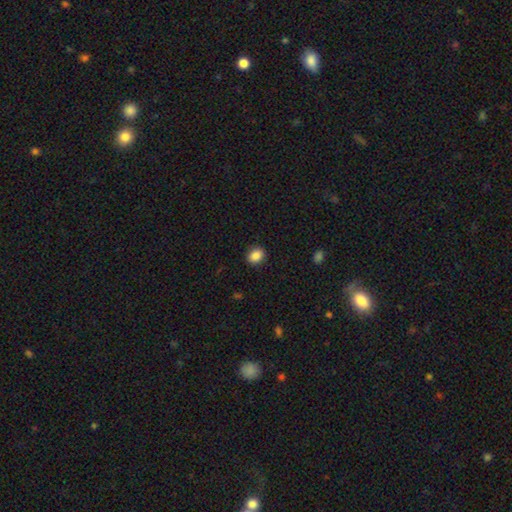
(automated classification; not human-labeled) smooth_or_featured: smooth (p=0.87) [alt: star or artifact p=0.09]
how_rounded: in between (p=0.51) [alt: round p=0.48]
merging: none (p=0.90) [alt: minor disturbance p=0.07]